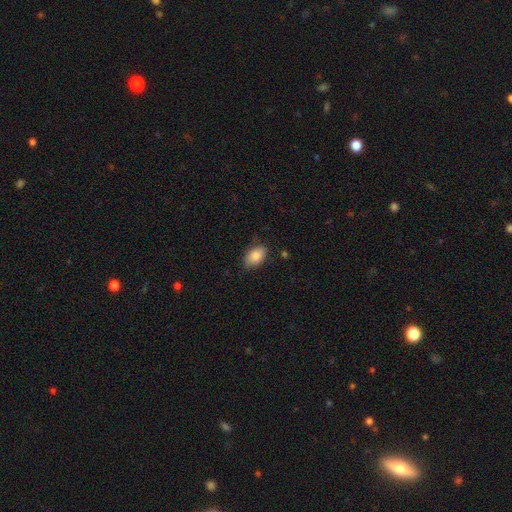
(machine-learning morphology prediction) smooth 86%, featured or disk 7%, star or artifact 7%. Down the decision tree: how rounded — in between (90%); merging — none (75%).